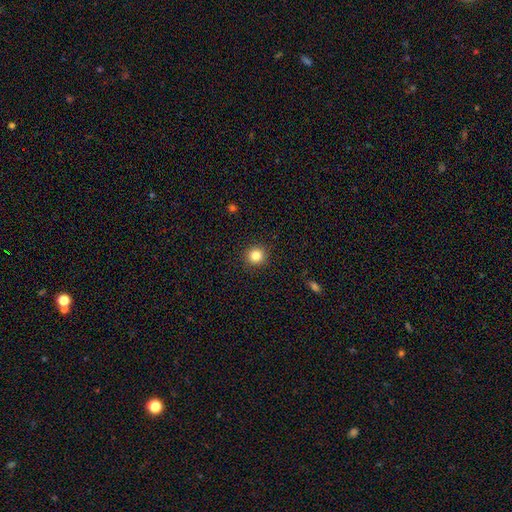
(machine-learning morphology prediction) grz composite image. It shows a smooth galaxy with no disk features (84%) that is round (94%). Merging: none (92%).